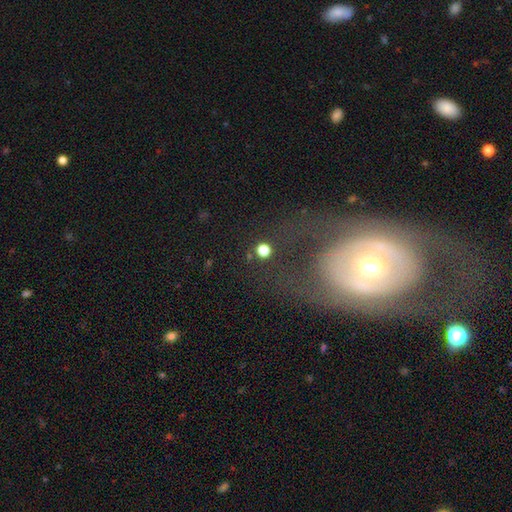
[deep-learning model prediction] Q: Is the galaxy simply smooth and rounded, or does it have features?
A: featured or disk — 68%.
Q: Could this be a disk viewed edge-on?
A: no — 93%.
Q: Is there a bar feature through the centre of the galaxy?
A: no — 63%.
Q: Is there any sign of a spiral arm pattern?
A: no — 62%.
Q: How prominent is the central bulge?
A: moderate — 53%.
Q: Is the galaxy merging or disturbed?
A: none — 67%.